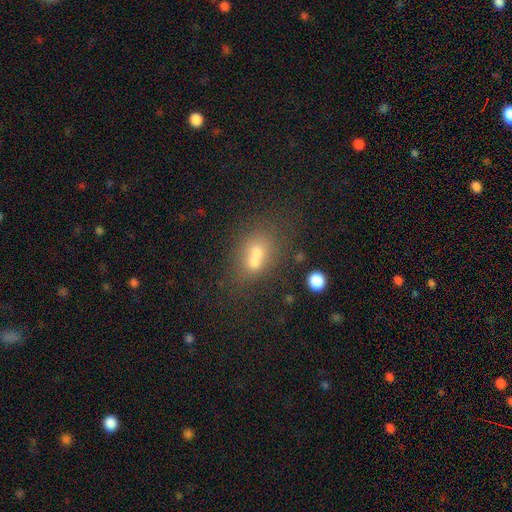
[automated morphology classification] smooth-or-featured: smooth: 61% | featured or disk: 24% | star or artifact: 15%
  how-rounded: round: 51% | in between: 47% | cigar-shaped: 2%
  merging: merger: 60% | none: 28% | minor disturbance: 8% | major disturbance: 4%